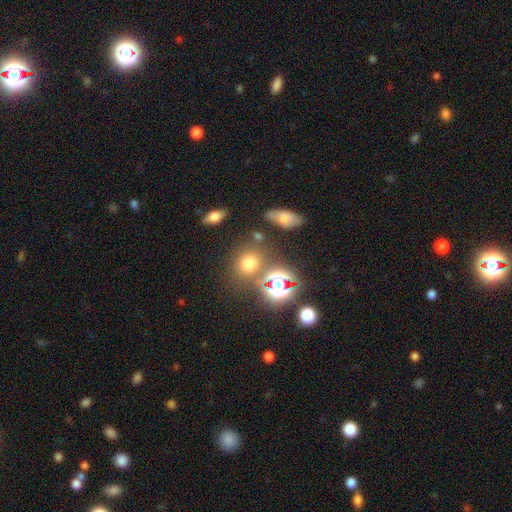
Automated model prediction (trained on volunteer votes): Smooth or featured?
  - star or artifact: 52% *
  - smooth: 37%
  - featured or disk: 11%